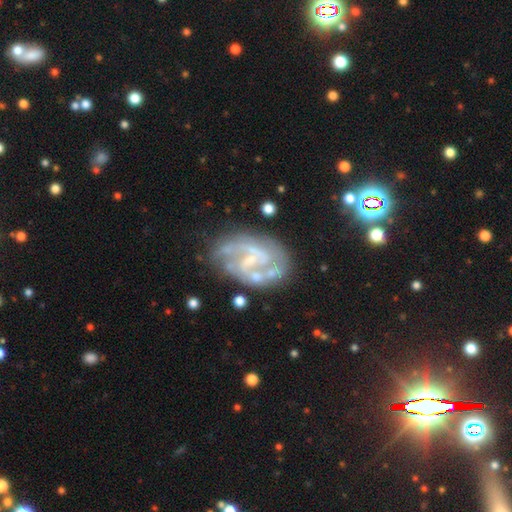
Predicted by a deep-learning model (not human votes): A featured or disk galaxy (84%) with a weak bar (47%), 2 (60%) medium (48%) spiral arms (89%) and a small central bulge (63%). Merging: none (64%).